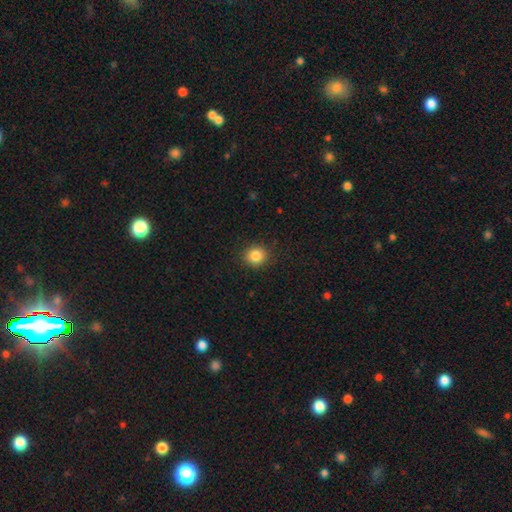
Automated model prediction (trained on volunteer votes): Smooth or featured? Predicted: smooth (p=0.85). How rounded? Predicted: round (p=0.84). Merging? Predicted: none (p=0.90).